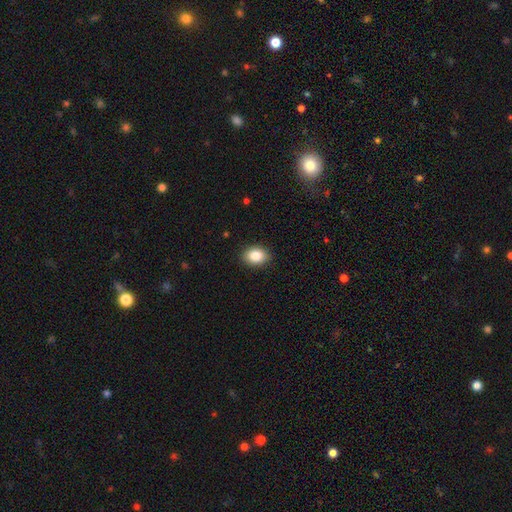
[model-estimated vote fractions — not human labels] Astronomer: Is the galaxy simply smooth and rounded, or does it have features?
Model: smooth — 86%.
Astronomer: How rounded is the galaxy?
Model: in between — 68%.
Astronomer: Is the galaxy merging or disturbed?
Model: none — 89%.